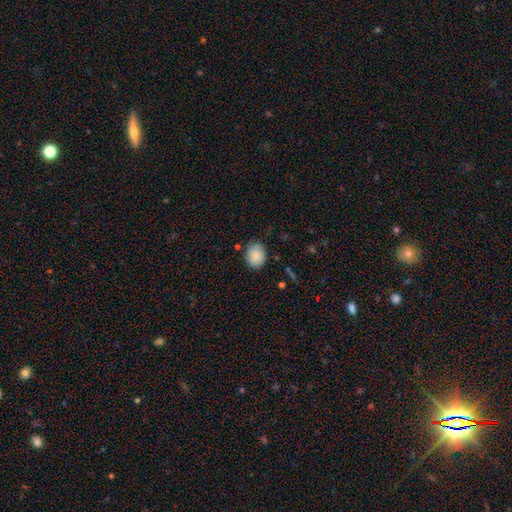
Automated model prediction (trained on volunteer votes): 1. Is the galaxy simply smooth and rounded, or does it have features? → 87% smooth, 7% star or artifact, 6% featured or disk.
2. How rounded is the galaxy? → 58% round, 41% in between, 1% cigar-shaped.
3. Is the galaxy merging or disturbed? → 77% none, 18% minor disturbance, 4% major disturbance, 2% merger.